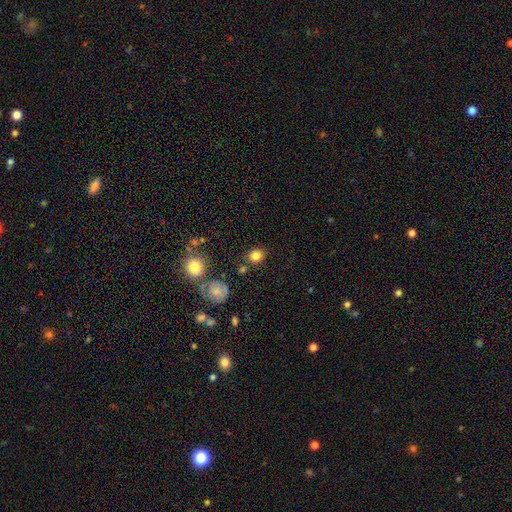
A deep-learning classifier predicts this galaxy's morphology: A smooth galaxy with no disk features (82%) that is round (64%).

Vote fractions:
- Smooth or featured? smooth: 82% / star or artifact: 11% / featured or disk: 6%
- How rounded? round: 64% / in between: 35% / cigar-shaped: 1%
- Merging? none: 80% / minor disturbance: 11% / merger: 5% / major disturbance: 4%